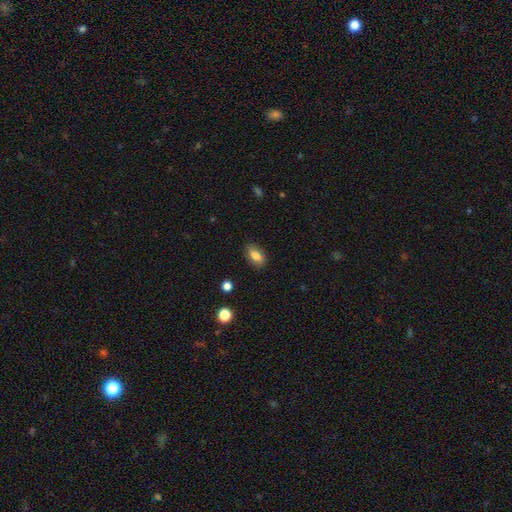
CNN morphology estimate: Smooth or featured: smooth — 79% (featured or disk — 12%)
How rounded: in between — 87% (round — 9%)
Merging: none — 84% (minor disturbance — 12%)